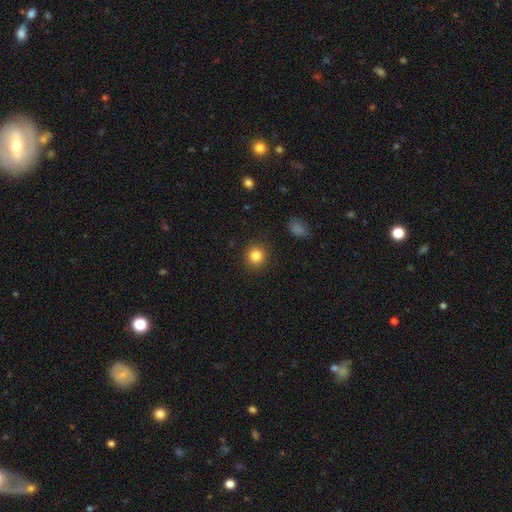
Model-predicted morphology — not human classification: smooth 84%, star or artifact 11%, featured or disk 5%. Down the decision tree: how rounded — round (91%); merging — none (91%).